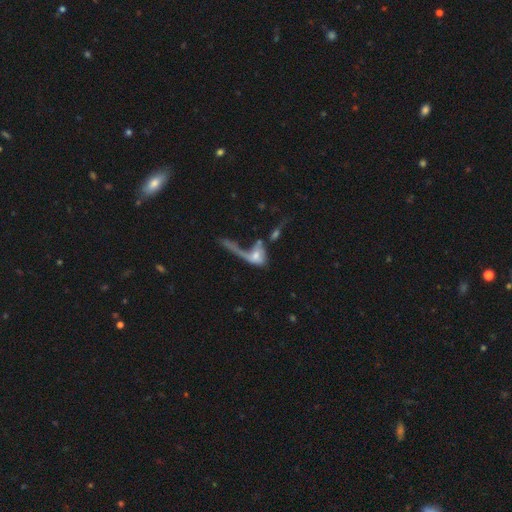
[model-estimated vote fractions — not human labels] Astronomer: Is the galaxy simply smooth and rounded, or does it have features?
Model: featured or disk — 47% (runner-up: smooth, 44%).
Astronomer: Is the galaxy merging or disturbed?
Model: major disturbance — 48% (runner-up: merger, 31%).